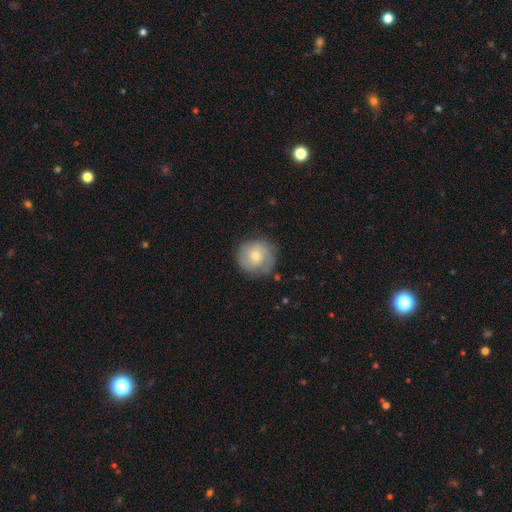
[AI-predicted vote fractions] Q: Smooth or featured?
A: smooth (55%); runner-up: featured or disk (38%)
Q: How rounded?
A: round (92%); runner-up: in between (7%)
Q: Merging?
A: none (77%); runner-up: minor disturbance (17%)